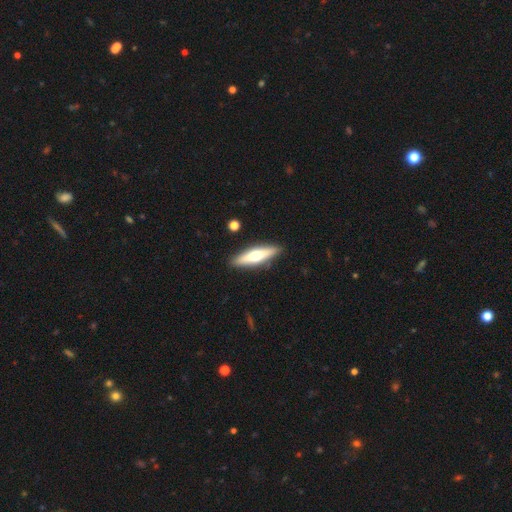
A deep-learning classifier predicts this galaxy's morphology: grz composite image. It shows a featured or disk galaxy (50%). Merging: none (89%).